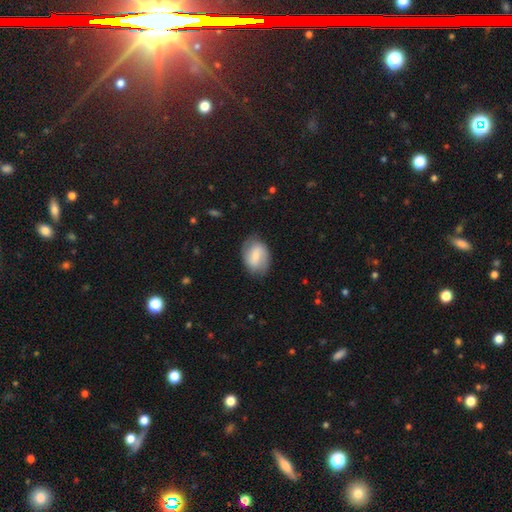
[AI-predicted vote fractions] The model was most divided on "smooth or featured": smooth: 51%, featured or disk: 43%, star or artifact: 7%. More confident: merging — none (79%); how rounded — in between (79%).